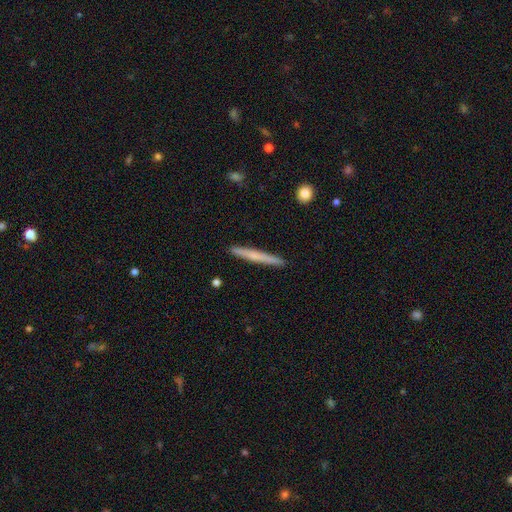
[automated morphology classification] A smooth galaxy with no disk features (56%) that is cigar-shaped (96%).

Vote fractions:
- Smooth or featured? smooth: 56% / featured or disk: 38% / star or artifact: 6%
- How rounded? cigar-shaped: 96% / in between: 2% / round: 1%
- Merging? none: 92% / minor disturbance: 6% / major disturbance: 1% / merger: 1%